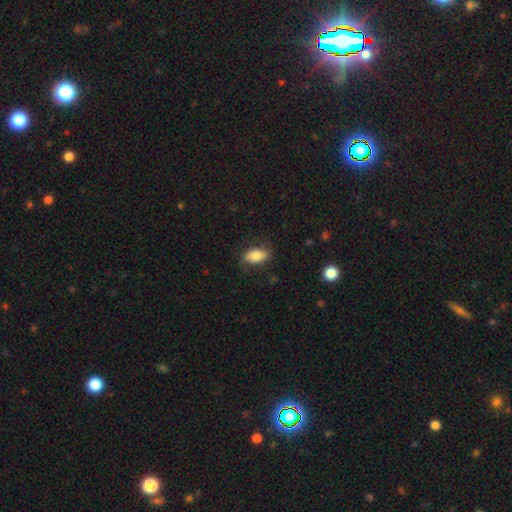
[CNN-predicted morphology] Smooth or featured? Predicted: smooth (p=0.77). How rounded? Predicted: in between (p=0.90). Merging? Predicted: none (p=0.77).